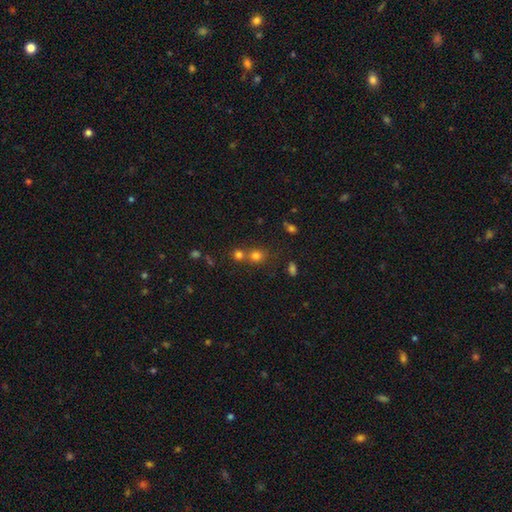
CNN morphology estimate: The model was most divided on "merging": none: 52%, merger: 38%, minor disturbance: 7%, major disturbance: 3%. More confident: how rounded — round (80%); smooth or featured — smooth (71%).